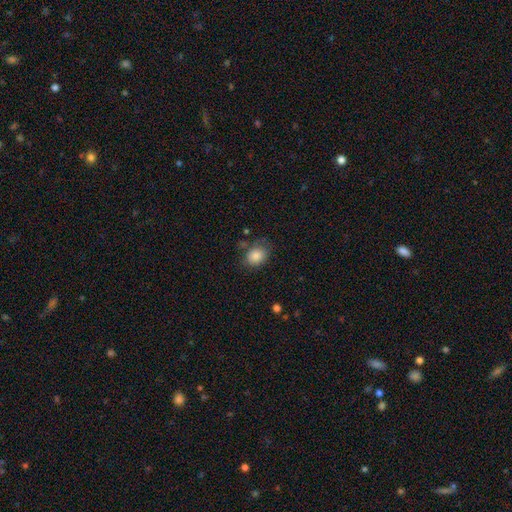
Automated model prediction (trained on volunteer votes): smooth-or-featured: smooth: 84% | star or artifact: 9% | featured or disk: 8%
  how-rounded: in between: 55% | round: 44% | cigar-shaped: 1%
  merging: none: 67% | minor disturbance: 22% | major disturbance: 7% | merger: 4%